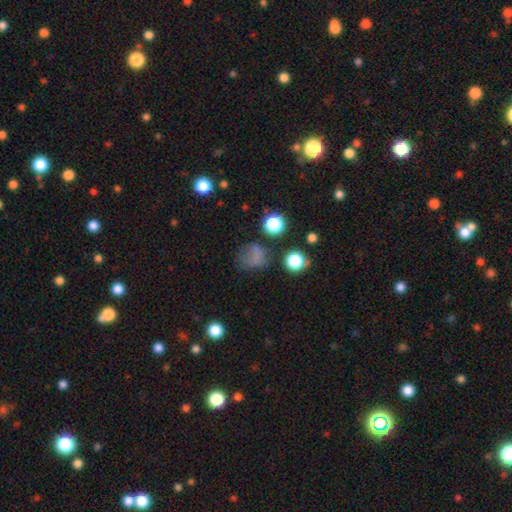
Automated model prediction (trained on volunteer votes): A smooth galaxy with no disk features (67%) that is round (73%).

Vote fractions:
- Smooth or featured? smooth: 67% / star or artifact: 21% / featured or disk: 12%
- How rounded? round: 73% / in between: 26% / cigar-shaped: 1%
- Merging? none: 52% / minor disturbance: 23% / major disturbance: 21% / merger: 5%